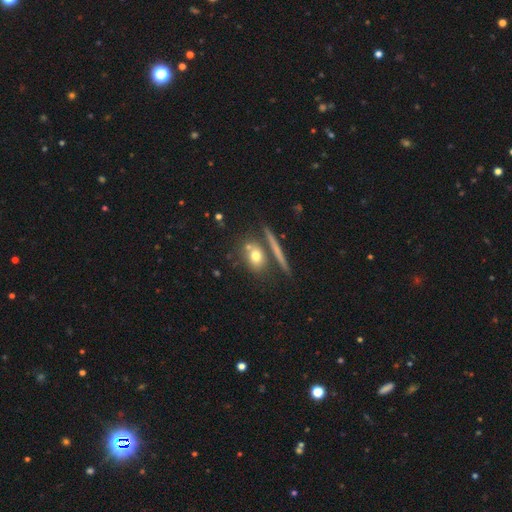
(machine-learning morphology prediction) A smooth galaxy with no disk features (69%) that is round (47%). Merging: none (62%).